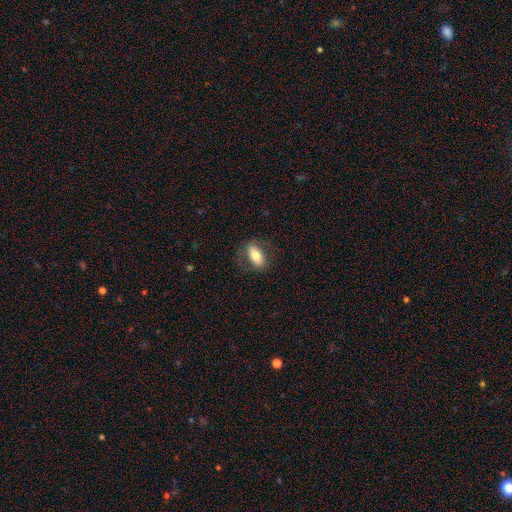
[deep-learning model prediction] smooth 68%, featured or disk 25%, star or artifact 7%. Down the decision tree: how rounded — in between (82%); merging — none (78%).